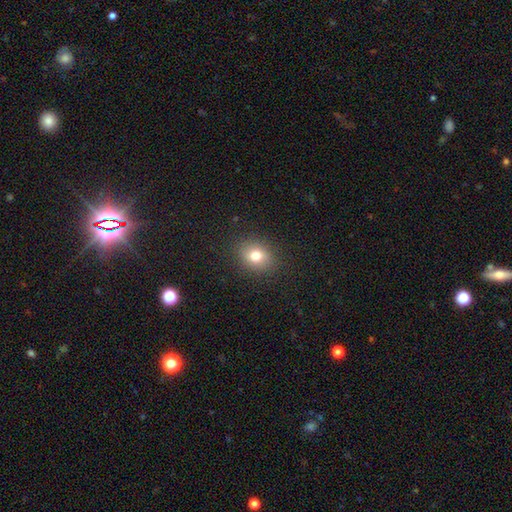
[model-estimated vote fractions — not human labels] A smooth galaxy with no disk features (75%) that is round (51%).

Vote fractions:
- Smooth or featured? smooth: 75% / featured or disk: 12% / star or artifact: 12%
- How rounded? round: 51% / in between: 48% / cigar-shaped: 1%
- Merging? none: 87% / minor disturbance: 9% / major disturbance: 3% / merger: 1%